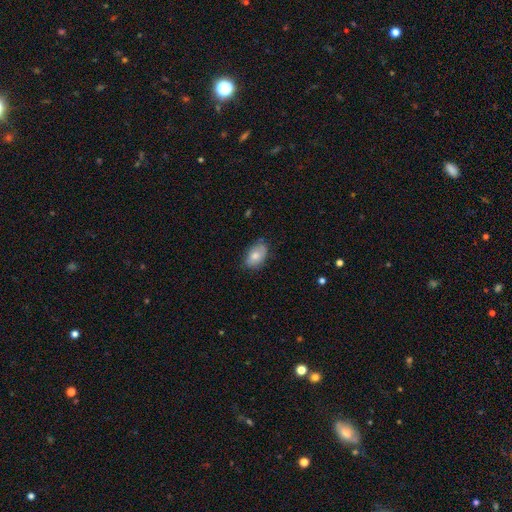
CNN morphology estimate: A smooth galaxy with no disk features (77%) that is in between round and cigar-shaped (91%).

Vote fractions:
- Smooth or featured? smooth: 77% / featured or disk: 16% / star or artifact: 7%
- How rounded? in between: 91% / round: 8% / cigar-shaped: 1%
- Merging? none: 71% / minor disturbance: 24% / major disturbance: 4% / merger: 1%